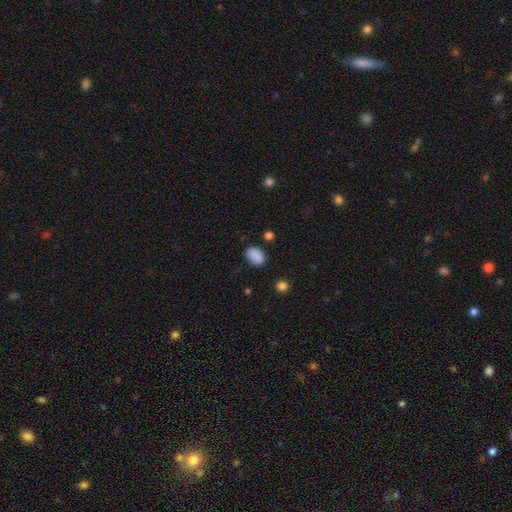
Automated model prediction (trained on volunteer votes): A smooth galaxy with no disk features (87%) that is in between round and cigar-shaped (79%).

Vote fractions:
- Smooth or featured? smooth: 87% / star or artifact: 9% / featured or disk: 4%
- How rounded? in between: 79% / round: 20% / cigar-shaped: 1%
- Merging? none: 79% / minor disturbance: 15% / major disturbance: 3% / merger: 2%